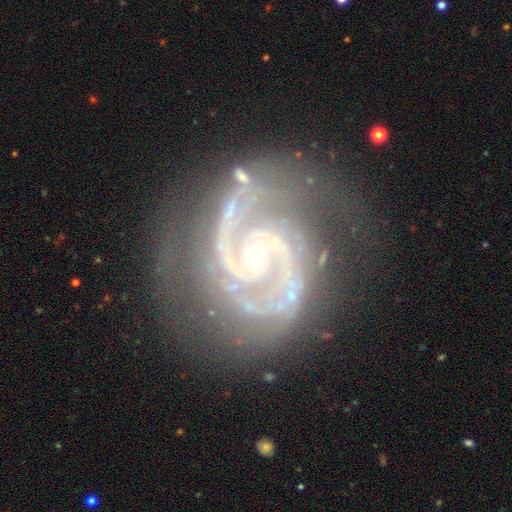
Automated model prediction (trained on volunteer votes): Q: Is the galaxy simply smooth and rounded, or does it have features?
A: featured or disk — 93%.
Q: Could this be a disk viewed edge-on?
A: no — 98%.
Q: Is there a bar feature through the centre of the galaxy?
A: no — 61%.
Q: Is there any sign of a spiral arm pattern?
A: yes — 99%.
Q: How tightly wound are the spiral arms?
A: medium — 51%.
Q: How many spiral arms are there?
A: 2 — 83%.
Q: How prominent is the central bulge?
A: small — 76%.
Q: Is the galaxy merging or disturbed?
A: none — 69%.